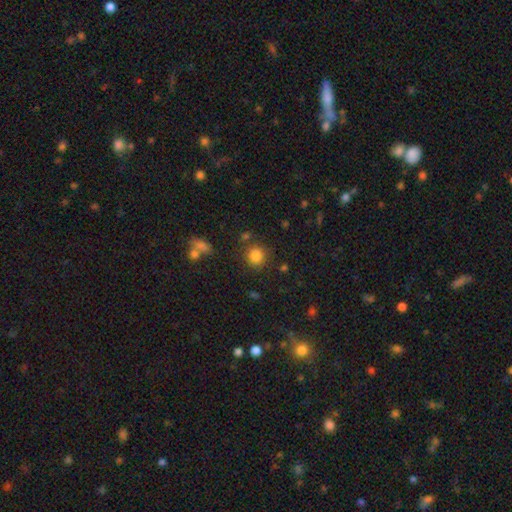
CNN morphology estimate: Q: Smooth or featured?
A: smooth (83%); runner-up: star or artifact (11%)
Q: How rounded?
A: round (87%); runner-up: in between (12%)
Q: Merging?
A: none (80%); runner-up: minor disturbance (10%)